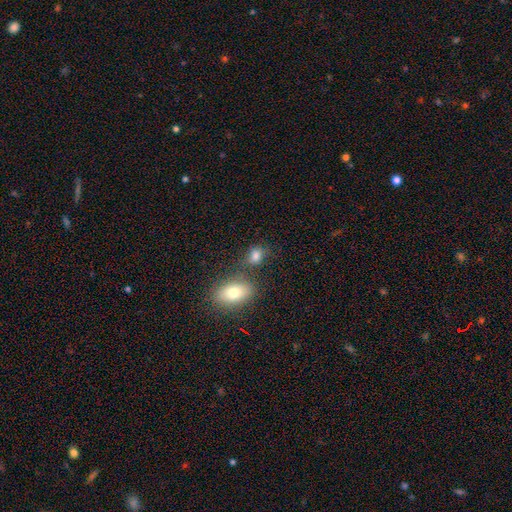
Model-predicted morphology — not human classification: Q: Smooth or featured?
A: smooth (80%); runner-up: star or artifact (12%)
Q: How rounded?
A: in between (68%); runner-up: round (30%)
Q: Merging?
A: none (62%); runner-up: merger (19%)